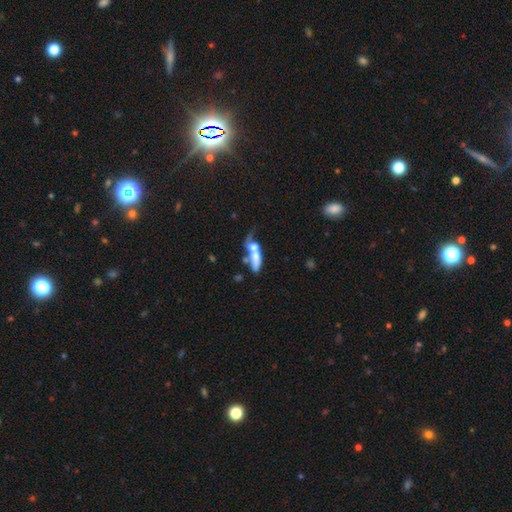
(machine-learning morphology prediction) smooth-or-featured: smooth: 52% | featured or disk: 40% | star or artifact: 8%
  how-rounded: in between: 61% | cigar-shaped: 31% | round: 8%
  merging: merger: 60% | major disturbance: 16% | none: 15% | minor disturbance: 9%